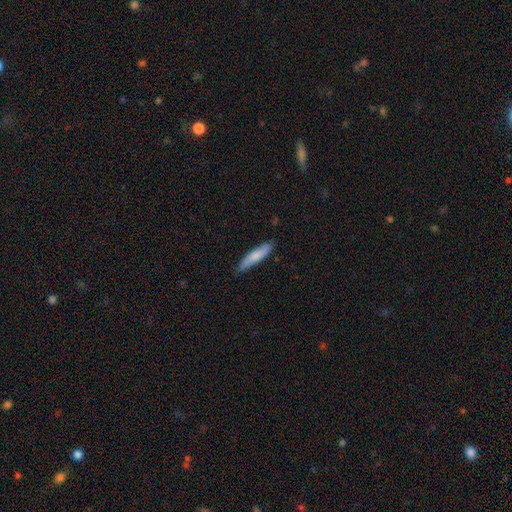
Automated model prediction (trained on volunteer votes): smooth-or-featured: smooth: 76% | featured or disk: 19% | star or artifact: 5%
  how-rounded: cigar-shaped: 83% | in between: 16% | round: 1%
  merging: none: 82% | minor disturbance: 14% | major disturbance: 2% | merger: 1%